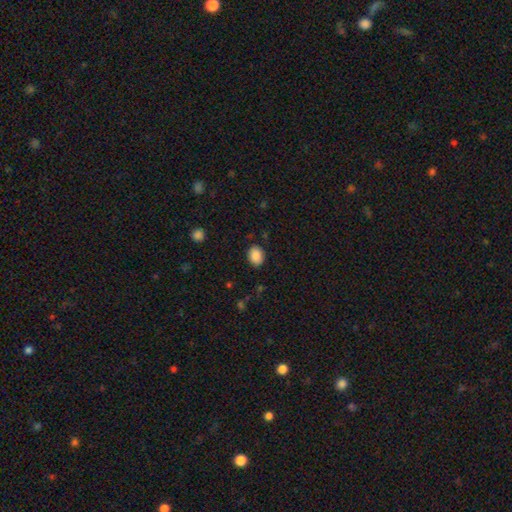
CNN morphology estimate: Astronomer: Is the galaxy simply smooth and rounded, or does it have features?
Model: smooth — 89%.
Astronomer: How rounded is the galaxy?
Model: in between — 64%.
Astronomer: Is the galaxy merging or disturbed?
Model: none — 86%.